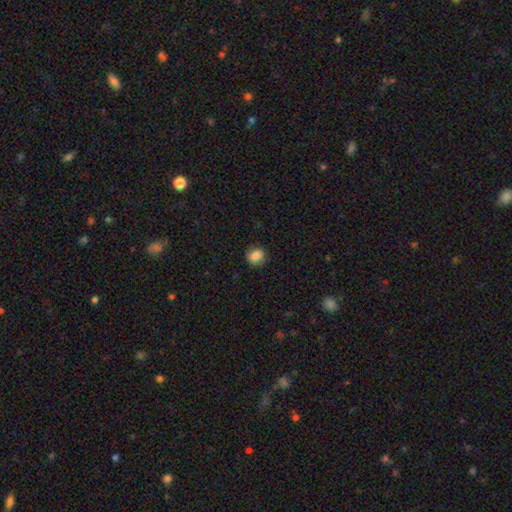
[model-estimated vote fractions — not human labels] smooth-or-featured: smooth: 83% | star or artifact: 9% | featured or disk: 7%
  how-rounded: round: 61% | in between: 38% | cigar-shaped: 1%
  merging: none: 84% | minor disturbance: 12% | major disturbance: 3% | merger: 1%